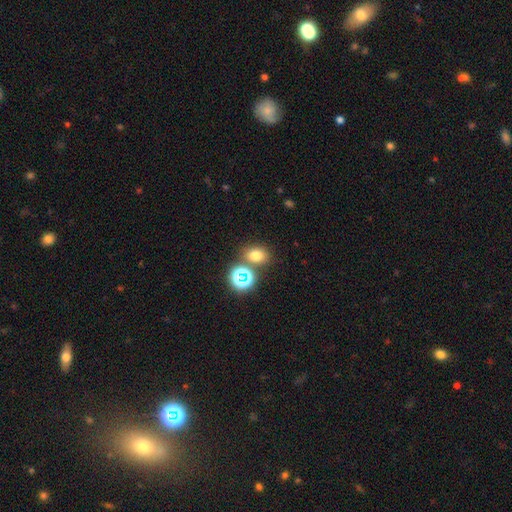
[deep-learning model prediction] This is likely a smooth galaxy (70%). How rounded: possibly in between (50%). Merging: likely none (72%).